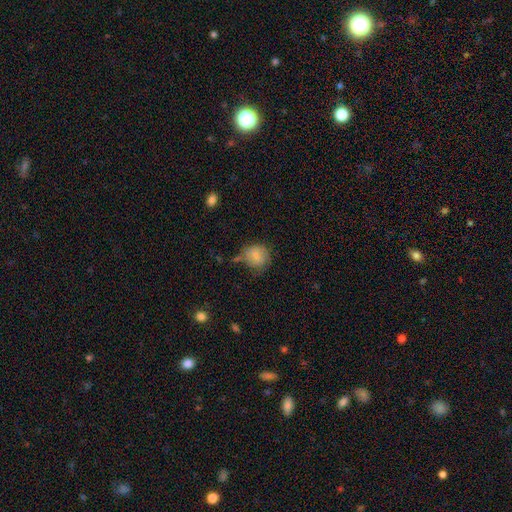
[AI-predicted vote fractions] Smooth or featured? Predicted: smooth (p=0.81). How rounded? Predicted: round (p=0.80). Merging? Predicted: none (p=0.55).